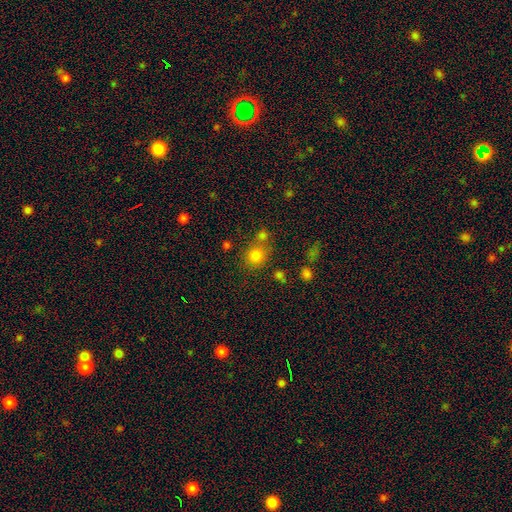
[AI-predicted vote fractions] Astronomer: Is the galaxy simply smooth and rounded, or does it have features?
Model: smooth — 79%.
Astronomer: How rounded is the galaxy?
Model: round — 82%.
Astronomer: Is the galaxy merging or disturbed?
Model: none — 62%.